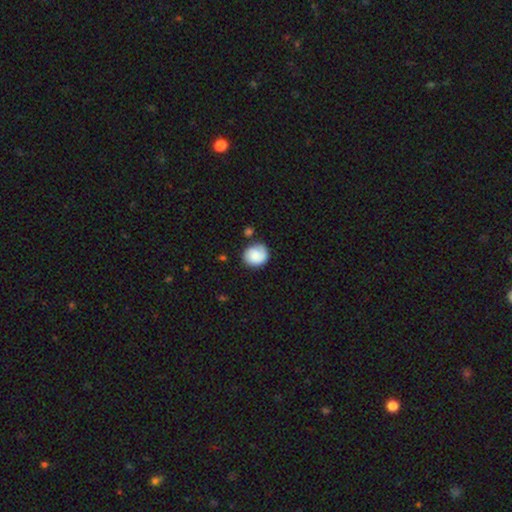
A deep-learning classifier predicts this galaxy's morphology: smooth 67%, featured or disk 25%, star or artifact 7%. Down the decision tree: how rounded — round (78%); merging — none (70%).